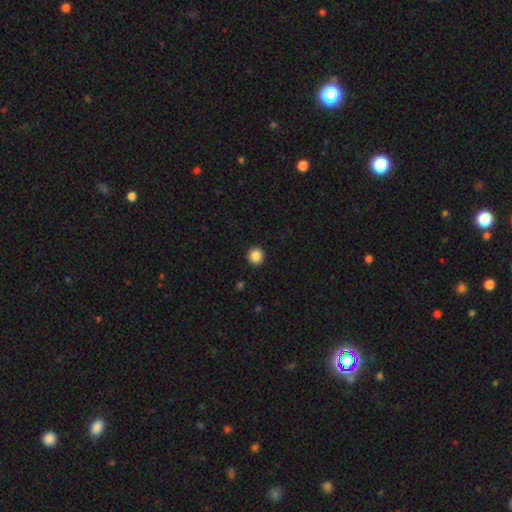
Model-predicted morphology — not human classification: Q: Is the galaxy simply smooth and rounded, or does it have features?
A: smooth — 87%.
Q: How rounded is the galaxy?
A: round — 94%.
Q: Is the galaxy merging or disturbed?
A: none — 93%.